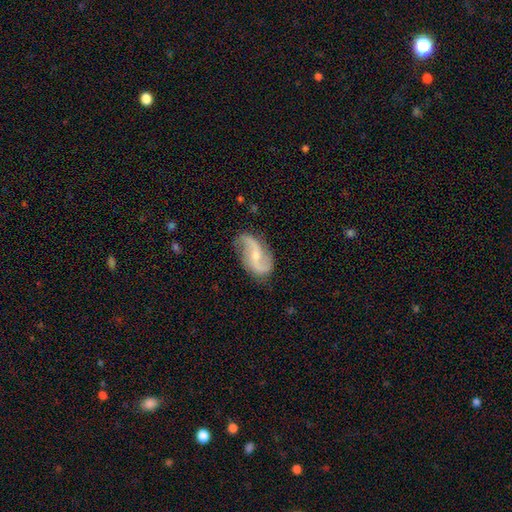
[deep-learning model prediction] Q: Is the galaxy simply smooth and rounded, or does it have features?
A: featured or disk — 87%.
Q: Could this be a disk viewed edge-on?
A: no — 97%.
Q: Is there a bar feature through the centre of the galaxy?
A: weak — 42%.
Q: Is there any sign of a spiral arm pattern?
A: yes — 96%.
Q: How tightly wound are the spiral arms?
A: loose — 70%.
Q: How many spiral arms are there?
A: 2 — 93%.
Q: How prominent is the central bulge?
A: small — 61%.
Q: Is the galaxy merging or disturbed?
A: none — 78%.